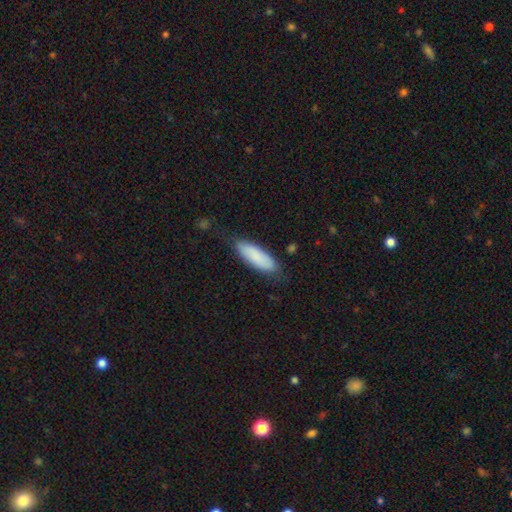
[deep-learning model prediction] Smooth or featured?
  - smooth: 85% *
  - featured or disk: 9%
  - star or artifact: 6%
How rounded?
  - in between: 56% *
  - cigar-shaped: 42%
  - round: 2%
Merging?
  - none: 78% *
  - minor disturbance: 17%
  - major disturbance: 3%
  - merger: 1%